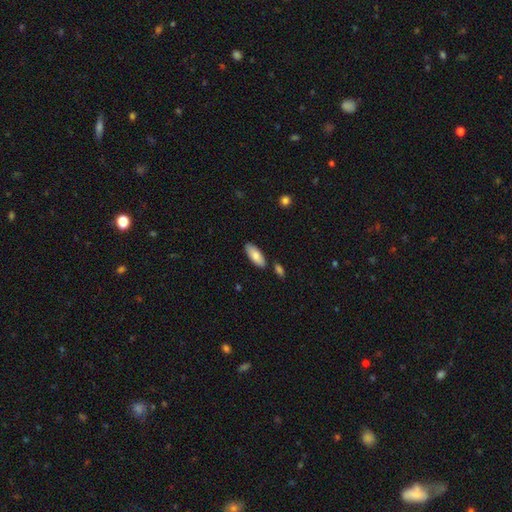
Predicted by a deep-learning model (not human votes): smooth 77%, featured or disk 17%, star or artifact 6%. Down the decision tree: how rounded — in between (81%); merging — none (81%).